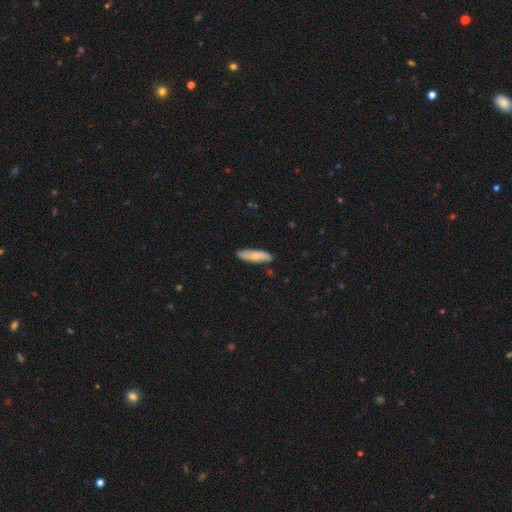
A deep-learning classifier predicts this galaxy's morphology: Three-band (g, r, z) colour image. It shows a smooth galaxy with no disk features (68%) that is cigar-shaped (65%). Merging: none (85%).